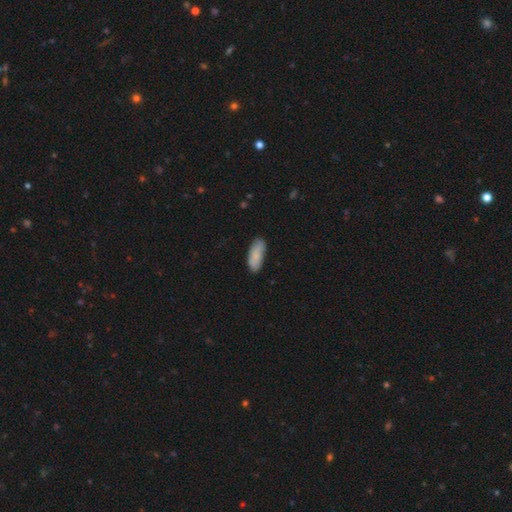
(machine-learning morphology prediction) A smooth galaxy with no disk features (81%) that is in between round and cigar-shaped (79%).

Vote fractions:
- Smooth or featured? smooth: 81% / featured or disk: 13% / star or artifact: 6%
- How rounded? in between: 79% / cigar-shaped: 20% / round: 2%
- Merging? none: 74% / minor disturbance: 20% / major disturbance: 4% / merger: 2%